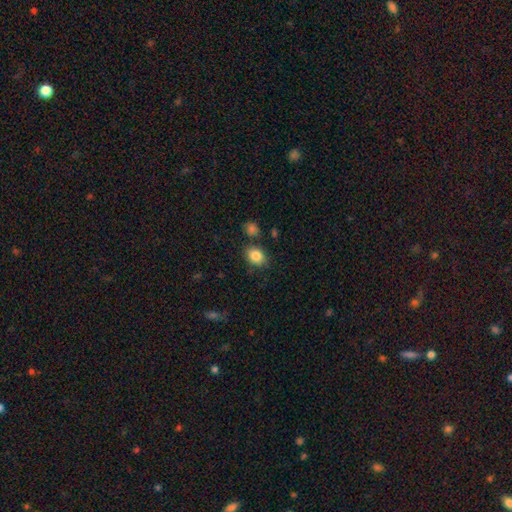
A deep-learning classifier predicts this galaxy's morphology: Smooth or featured: smooth — 85% (star or artifact — 9%)
How rounded: in between — 60% (round — 39%)
Merging: none — 78% (minor disturbance — 13%)